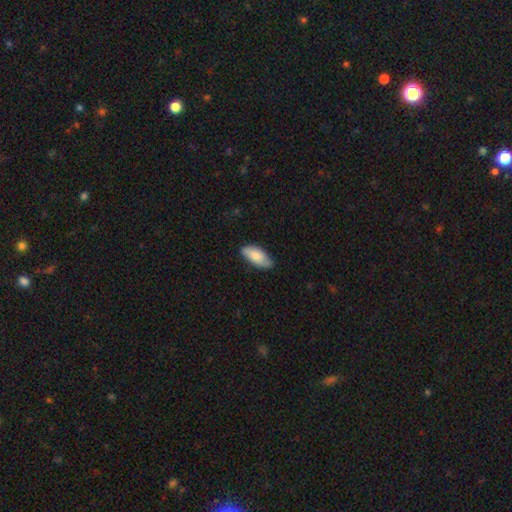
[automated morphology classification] Smooth or featured: smooth — 82% (featured or disk — 13%)
How rounded: in between — 88% (cigar-shaped — 10%)
Merging: none — 76% (minor disturbance — 20%)